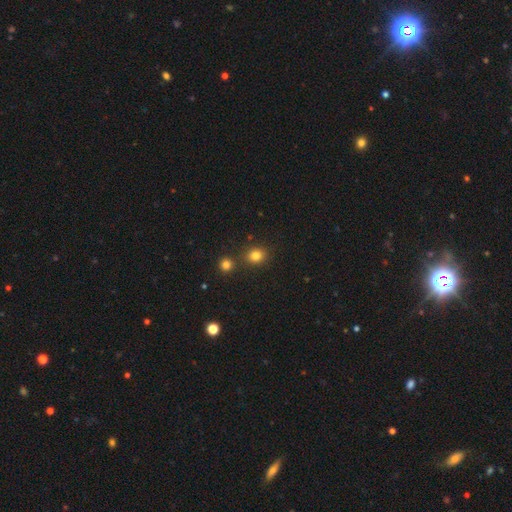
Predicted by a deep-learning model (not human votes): Smooth or featured?
  - smooth: 81% *
  - star or artifact: 13%
  - featured or disk: 5%
How rounded?
  - round: 71% *
  - in between: 28%
  - cigar-shaped: 1%
Merging?
  - none: 78% *
  - merger: 10%
  - minor disturbance: 9%
  - major disturbance: 3%